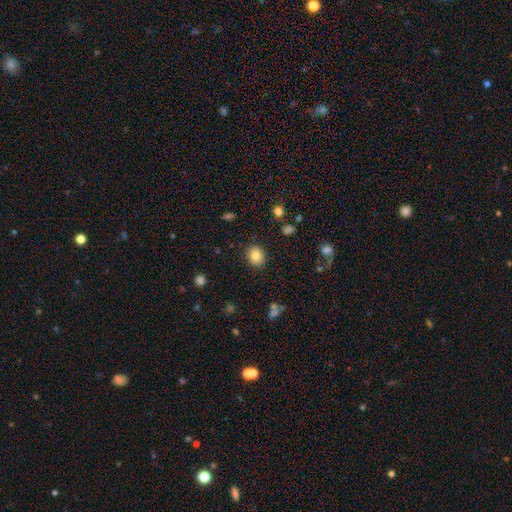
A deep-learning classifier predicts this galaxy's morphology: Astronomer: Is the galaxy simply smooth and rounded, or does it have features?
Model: smooth — 84%.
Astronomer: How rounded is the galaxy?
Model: round — 69%.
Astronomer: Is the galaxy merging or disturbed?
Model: none — 88%.